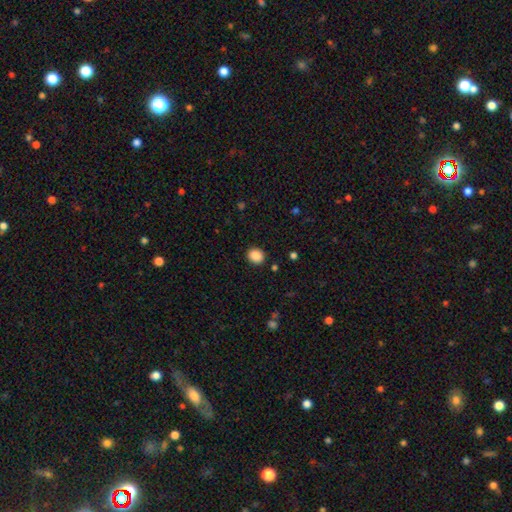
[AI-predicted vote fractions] Smooth or featured? Predicted: smooth (p=0.89). How rounded? Predicted: round (p=0.66). Merging? Predicted: none (p=0.89).